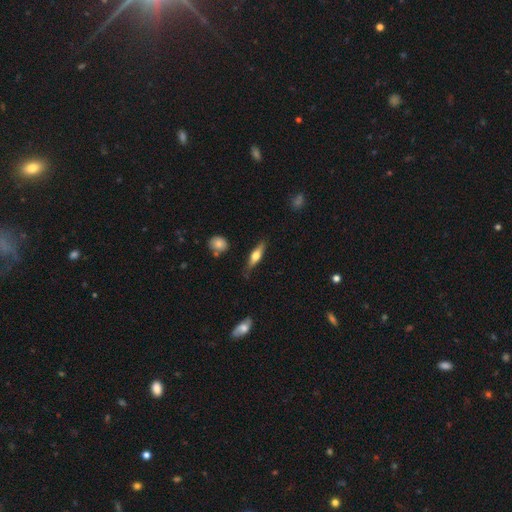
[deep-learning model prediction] featured or disk 48%, smooth 46%, star or artifact 6%. Down the decision tree: merging — none (79%).